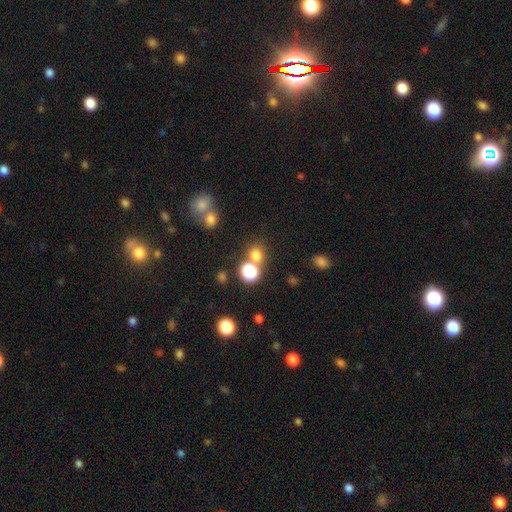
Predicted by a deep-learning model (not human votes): Smooth or featured: smooth — 70% (star or artifact — 24%)
How rounded: round — 84% (in between — 15%)
Merging: none — 67% (merger — 21%)